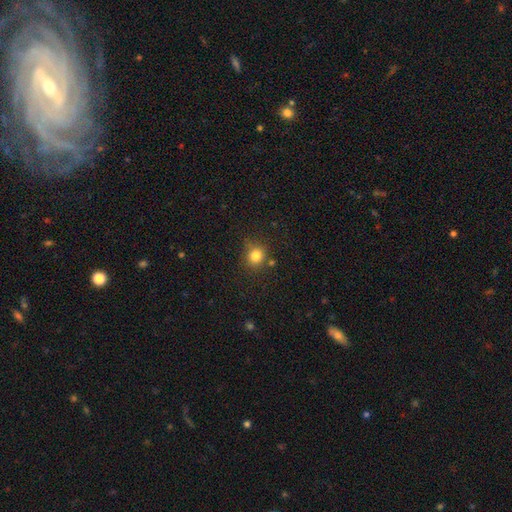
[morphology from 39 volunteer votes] Smooth or featured: smooth — 82% (star or artifact — 10%)
How rounded: round — 94% (in between — 6%)
Merging: none — 86% (merger — 9%)